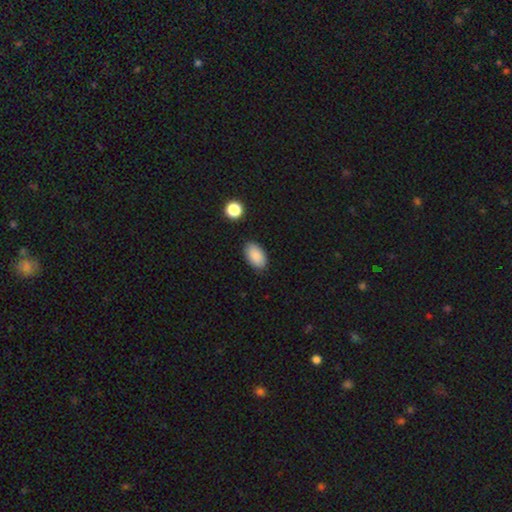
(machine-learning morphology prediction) A smooth galaxy with no disk features (89%) that is in between round and cigar-shaped (94%).

Vote fractions:
- Smooth or featured? smooth: 89% / star or artifact: 7% / featured or disk: 4%
- How rounded? in between: 94% / round: 4% / cigar-shaped: 2%
- Merging? none: 86% / minor disturbance: 10% / major disturbance: 2% / merger: 2%